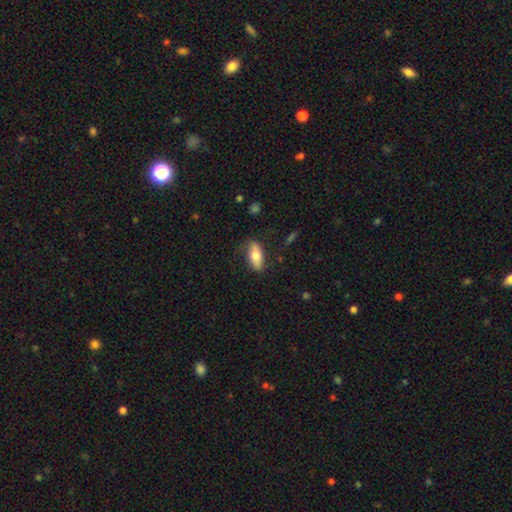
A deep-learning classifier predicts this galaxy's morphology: Smooth or featured: smooth — 65% (featured or disk — 29%)
How rounded: in between — 80% (cigar-shaped — 17%)
Merging: none — 74% (minor disturbance — 19%)